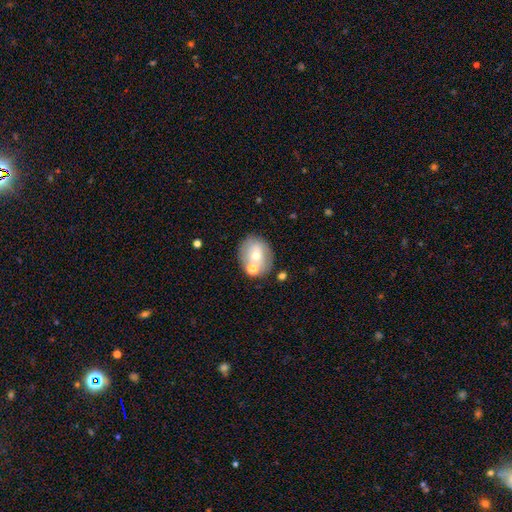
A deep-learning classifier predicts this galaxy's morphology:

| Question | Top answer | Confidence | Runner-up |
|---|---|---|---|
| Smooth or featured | smooth | 57% | featured or disk (34%) |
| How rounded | round | 58% | in between (41%) |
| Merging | none | 64% | merger (17%) |